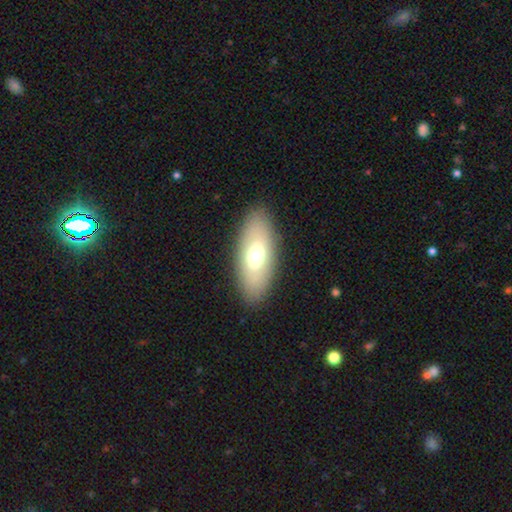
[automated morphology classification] Smooth or featured?
  - smooth: 61% *
  - featured or disk: 32%
  - star or artifact: 7%
How rounded?
  - in between: 86% *
  - cigar-shaped: 11%
  - round: 3%
Merging?
  - none: 87% *
  - minor disturbance: 8%
  - major disturbance: 3%
  - merger: 1%